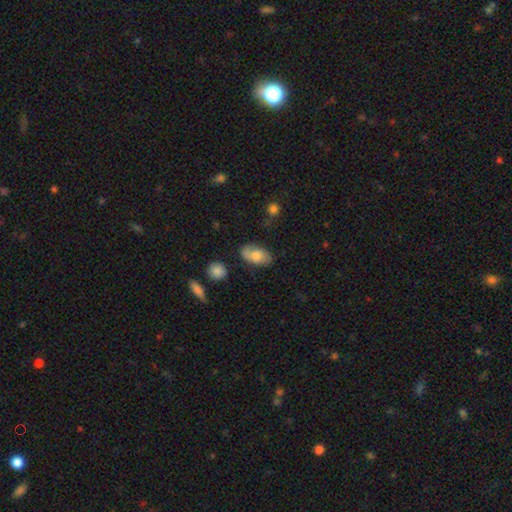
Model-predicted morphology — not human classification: Q: Smooth or featured?
A: smooth (70%); runner-up: featured or disk (24%)
Q: How rounded?
A: in between (92%); runner-up: round (5%)
Q: Merging?
A: none (72%); runner-up: minor disturbance (20%)